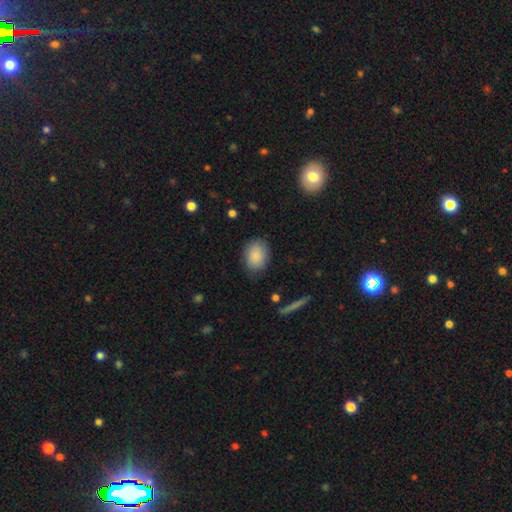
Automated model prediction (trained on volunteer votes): smooth-or-featured: smooth: 87% | star or artifact: 7% | featured or disk: 7%
  how-rounded: in between: 70% | round: 29% | cigar-shaped: 1%
  merging: none: 82% | minor disturbance: 13% | major disturbance: 3% | merger: 1%